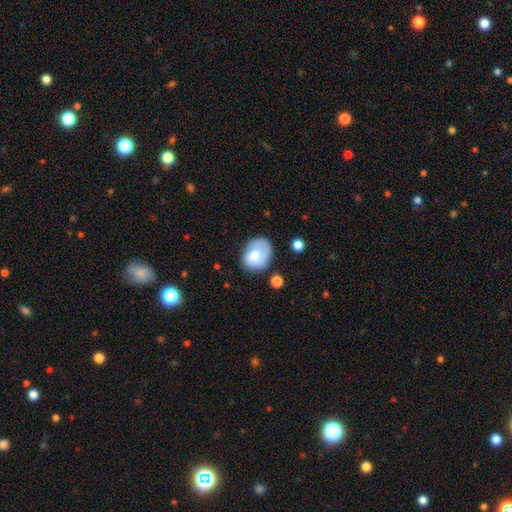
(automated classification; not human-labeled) Q: Smooth or featured?
A: smooth (69%); runner-up: featured or disk (23%)
Q: How rounded?
A: in between (56%); runner-up: round (43%)
Q: Merging?
A: none (59%); runner-up: minor disturbance (26%)